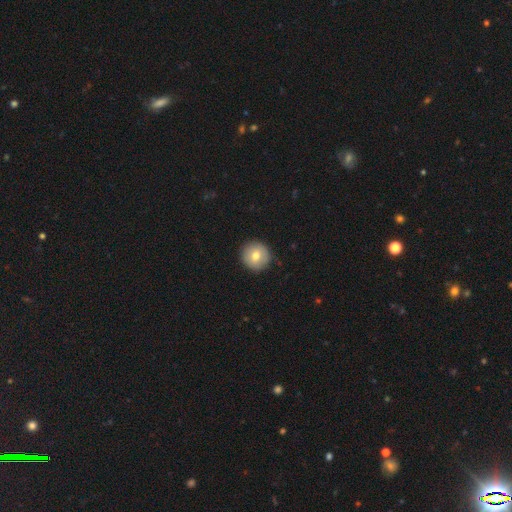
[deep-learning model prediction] Q: Smooth or featured?
A: smooth (75%); runner-up: featured or disk (16%)
Q: How rounded?
A: round (96%); runner-up: in between (3%)
Q: Merging?
A: none (91%); runner-up: minor disturbance (7%)